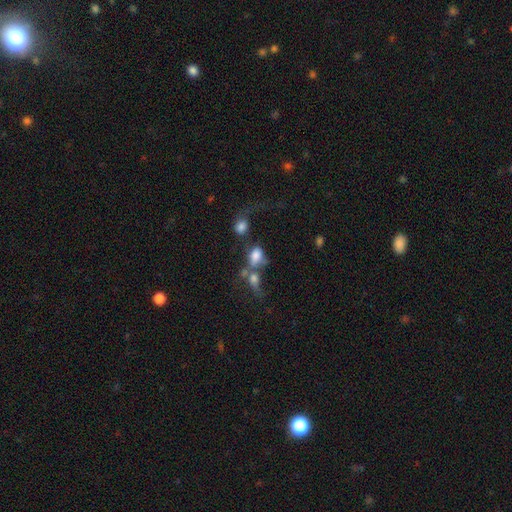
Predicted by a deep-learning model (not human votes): smooth 67%, featured or disk 20%, star or artifact 13%. Down the decision tree: how rounded — in between (74%); merging — merger (52%).